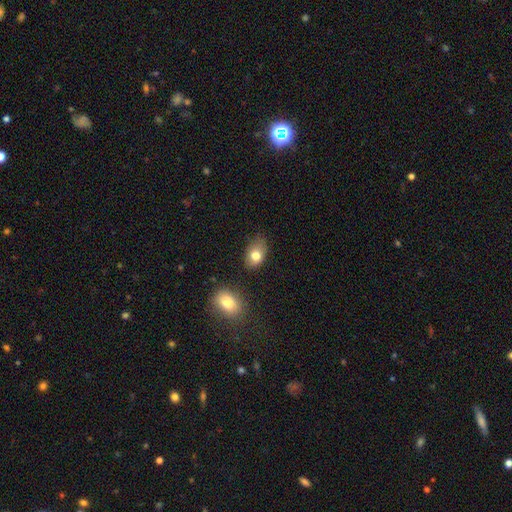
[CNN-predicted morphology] smooth 78%, featured or disk 12%, star or artifact 9%. Down the decision tree: how rounded — in between (79%); merging — none (66%).